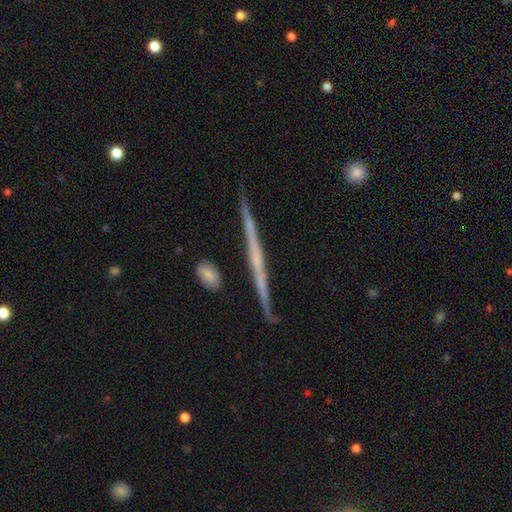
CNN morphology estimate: This appears to be a featured or disk galaxy (69%) viewed edge-on (97%) with no central bulge (80%). Merging: none (84%).